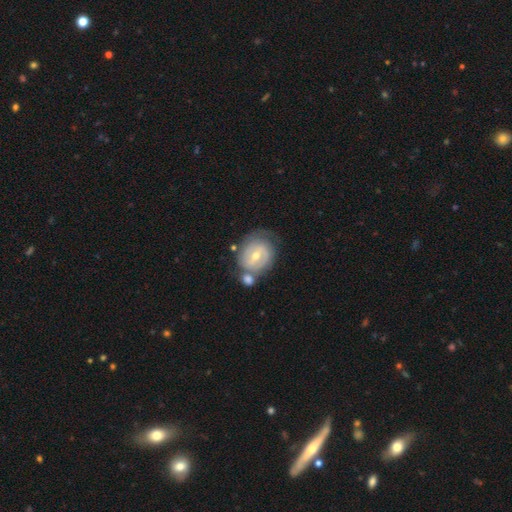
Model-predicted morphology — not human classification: Smooth or featured? Predicted: featured or disk (p=0.70). Edge-on disk? Predicted: no (p=0.96). Bar? Predicted: weak (p=0.52). Spiral arms? Predicted: yes (p=0.78). Spiral winding? Predicted: tight (p=0.63). Spiral arm count? Predicted: 2 (p=0.53). Bulge size? Predicted: moderate (p=0.57). Merging? Predicted: none (p=0.49).